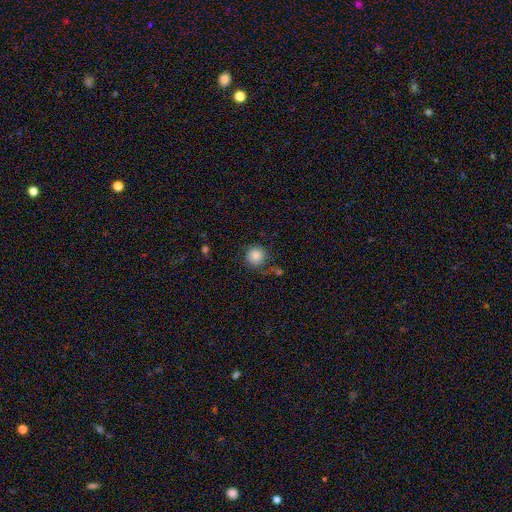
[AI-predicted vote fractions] The model was most divided on "merging": none: 79%, minor disturbance: 12%, major disturbance: 4%, merger: 4%. More confident: how rounded — round (94%); smooth or featured — smooth (86%).